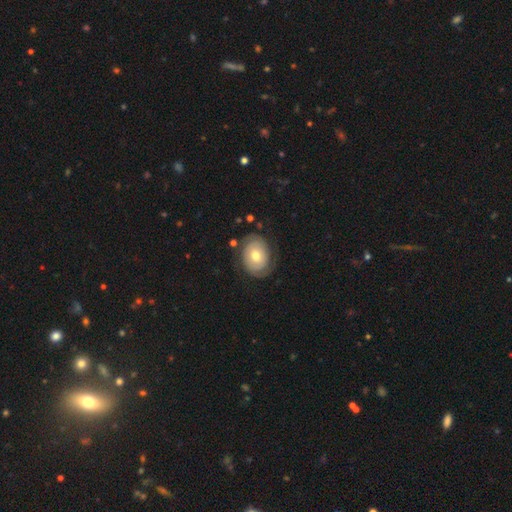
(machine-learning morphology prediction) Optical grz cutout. It shows a featured or disk galaxy (61%) with no bar (78%), spiral arms (76%) and a moderate central bulge (74%). Merging: none (76%).